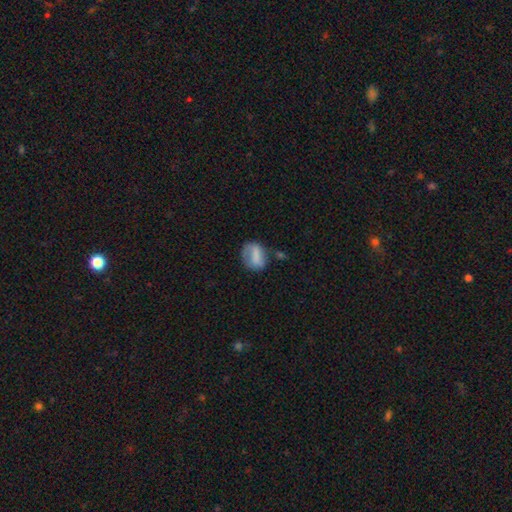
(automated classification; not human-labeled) smooth 69%, featured or disk 22%, star or artifact 9%. Down the decision tree: how rounded — in between (57%); merging — none (50%).